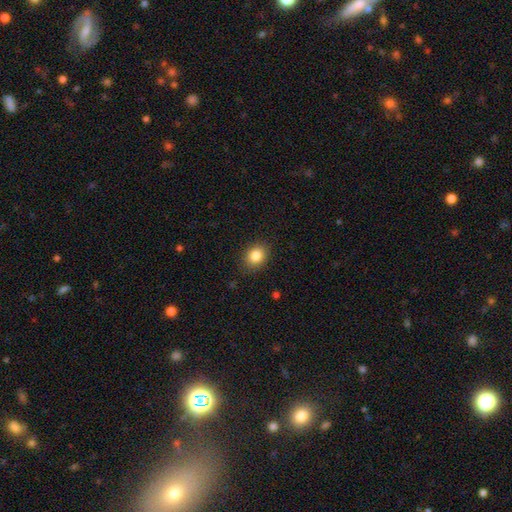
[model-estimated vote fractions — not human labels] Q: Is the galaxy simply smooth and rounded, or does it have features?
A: smooth — 84%.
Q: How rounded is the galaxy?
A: round — 52%.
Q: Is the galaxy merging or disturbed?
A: none — 86%.